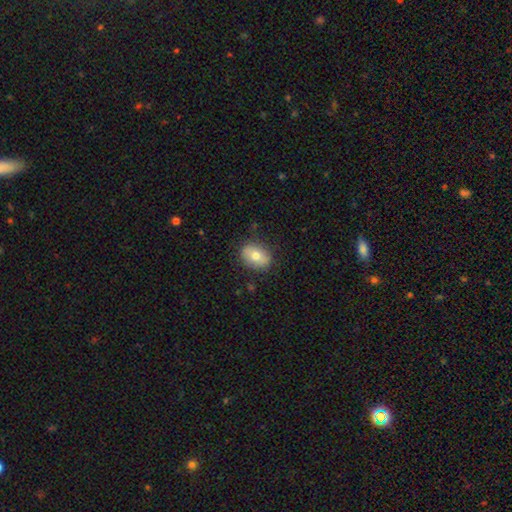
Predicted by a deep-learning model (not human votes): This appears to be a smooth galaxy with no disk features (71%) that is in between round and cigar-shaped (69%). Merging: none (83%).